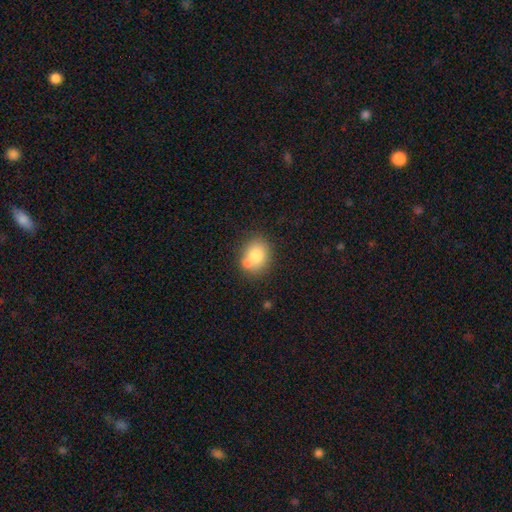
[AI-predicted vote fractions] smooth-or-featured: smooth: 77% | featured or disk: 14% | star or artifact: 9%
  how-rounded: round: 58% | in between: 41% | cigar-shaped: 1%
  merging: none: 59% | merger: 23% | minor disturbance: 15% | major disturbance: 4%